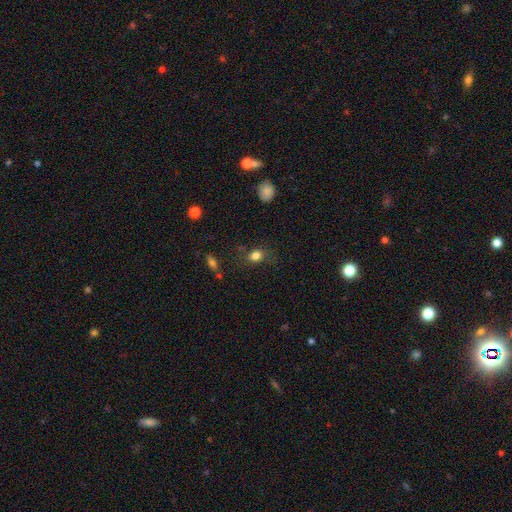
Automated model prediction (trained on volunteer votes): Morphology: type=smooth (82%); roundness=round (54%); merging=none (68%).